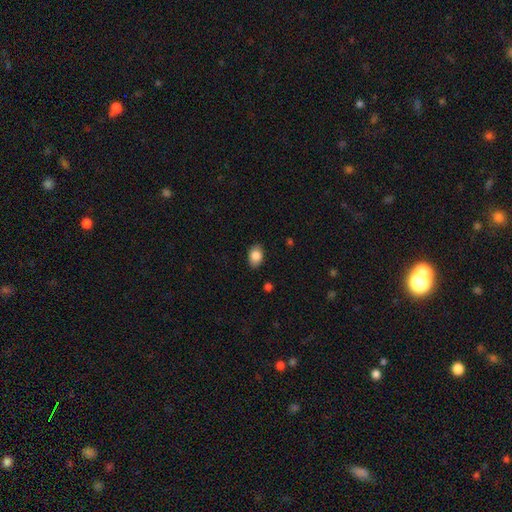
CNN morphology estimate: Smooth or featured? Predicted: smooth (p=0.86). How rounded? Predicted: in between (p=0.79). Merging? Predicted: none (p=0.86).